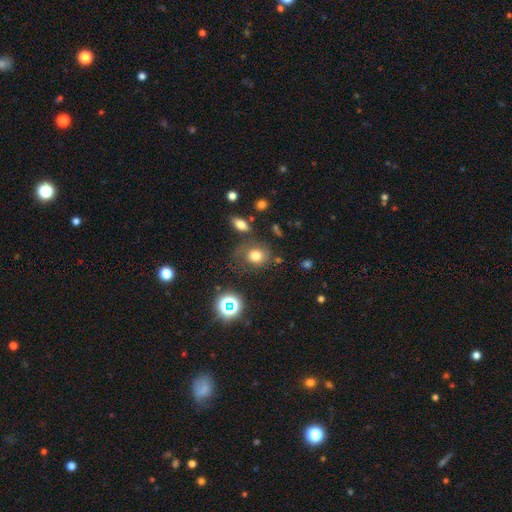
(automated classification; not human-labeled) This is likely a smooth galaxy (70%). How rounded: possibly round (59%). Merging: possibly none (60%).